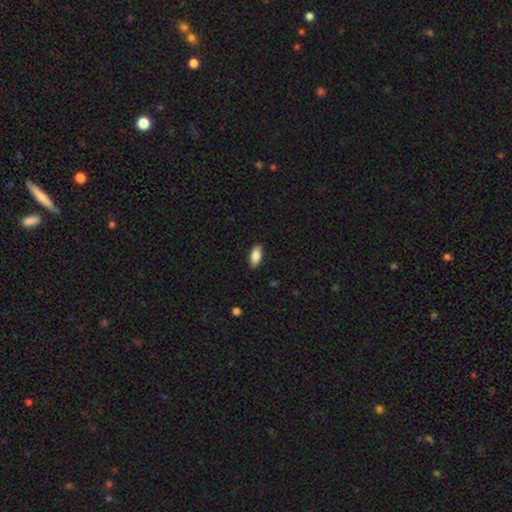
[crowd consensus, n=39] smooth-or-featured: smooth: 77% | featured or disk: 13% | star or artifact: 10%
  how-rounded: in between: 80% | cigar-shaped: 20% | round: 0%
  merging: none: 80% | minor disturbance: 14% | major disturbance: 6% | merger: 0%